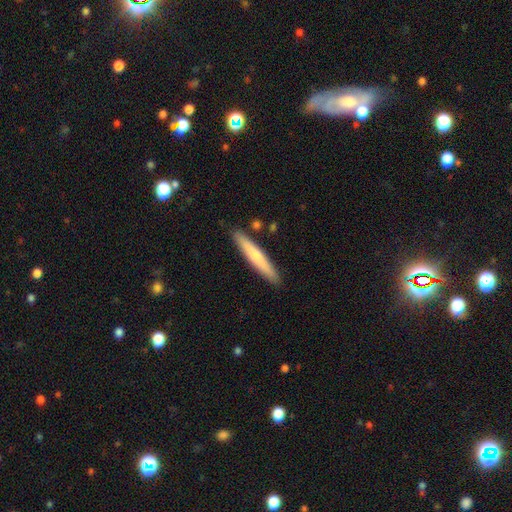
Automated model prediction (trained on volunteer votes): Morphology: type=smooth (64%); roundness=cigar-shaped (94%); merging=none (88%).